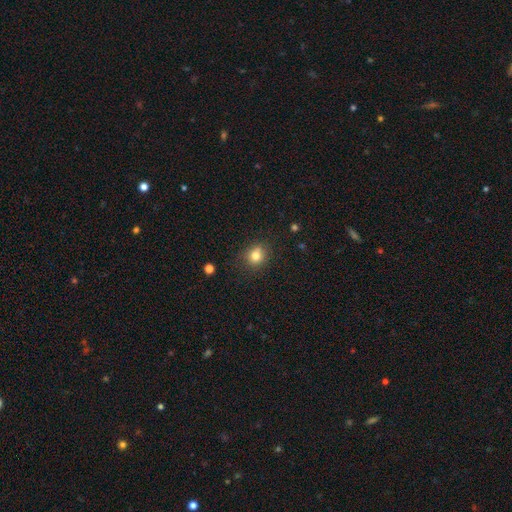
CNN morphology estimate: smooth-or-featured: smooth: 79% | star or artifact: 13% | featured or disk: 8%
  how-rounded: round: 78% | in between: 21% | cigar-shaped: 1%
  merging: none: 77% | minor disturbance: 14% | merger: 5% | major disturbance: 4%